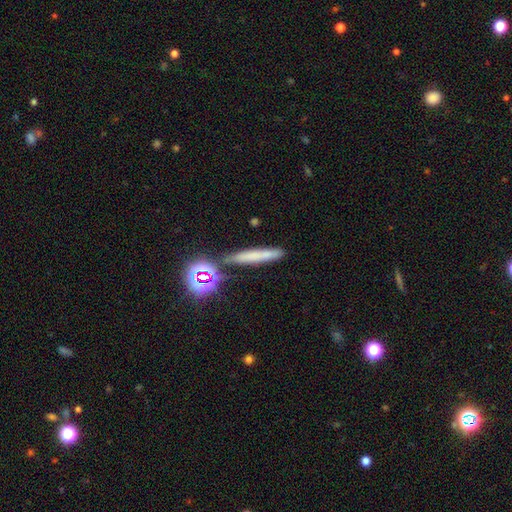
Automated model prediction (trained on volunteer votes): A smooth galaxy with no disk features (56%) that is cigar-shaped (87%). Merging: none (81%).